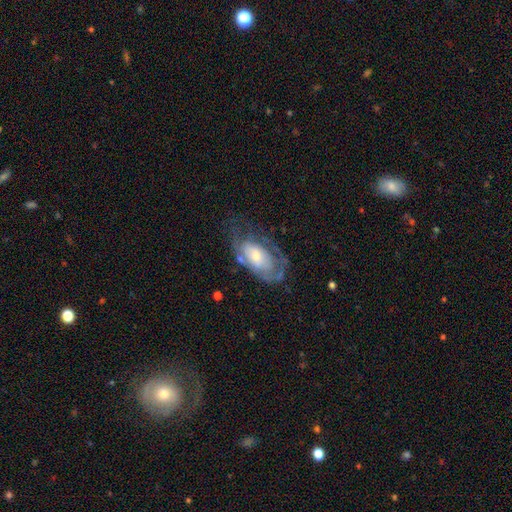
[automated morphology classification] Smooth or featured? featured or disk (65%)
Edge-on disk? no (93%)
Bar? no (70%)
Spiral arms? yes (64%)
Bulge size? small (45%)
Merging? none (48%)